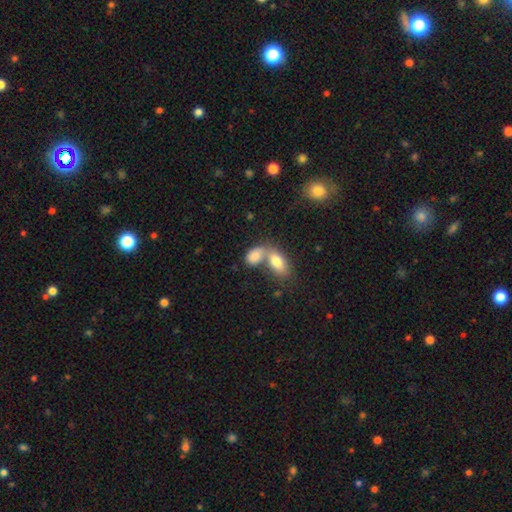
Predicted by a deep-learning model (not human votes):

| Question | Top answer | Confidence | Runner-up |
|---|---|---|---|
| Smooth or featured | smooth | 78% | featured or disk (12%) |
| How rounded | in between | 86% | round (10%) |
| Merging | merger | 62% | none (27%) |